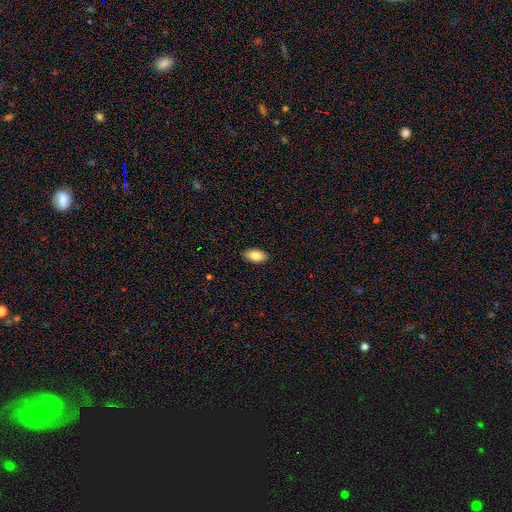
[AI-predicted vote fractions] Smooth or featured?
  - smooth: 86% *
  - featured or disk: 7%
  - star or artifact: 7%
How rounded?
  - in between: 94% *
  - round: 4%
  - cigar-shaped: 2%
Merging?
  - none: 88% *
  - minor disturbance: 9%
  - major disturbance: 2%
  - merger: 1%